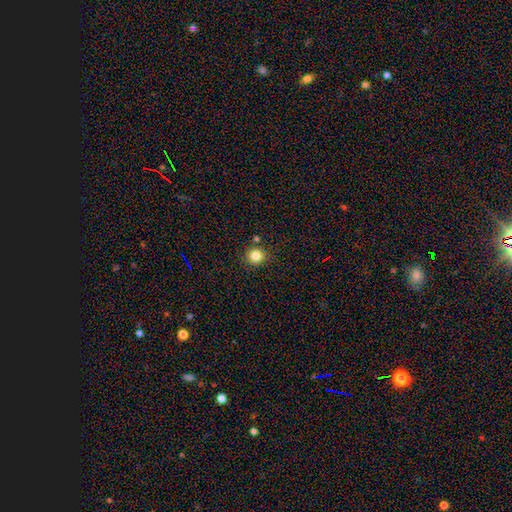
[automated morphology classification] This appears to be a smooth galaxy with no disk features (83%) that is round (93%). Merging: none (85%).